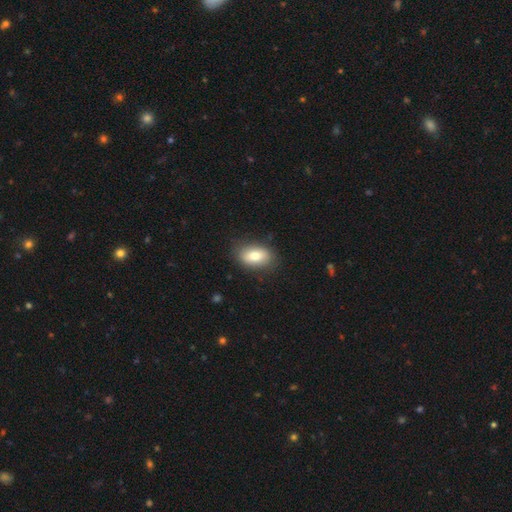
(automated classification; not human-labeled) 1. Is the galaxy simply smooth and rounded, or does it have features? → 78% smooth, 15% featured or disk, 7% star or artifact.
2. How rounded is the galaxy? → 87% in between, 11% round, 2% cigar-shaped.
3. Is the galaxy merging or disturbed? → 82% none, 14% minor disturbance, 3% major disturbance, 1% merger.